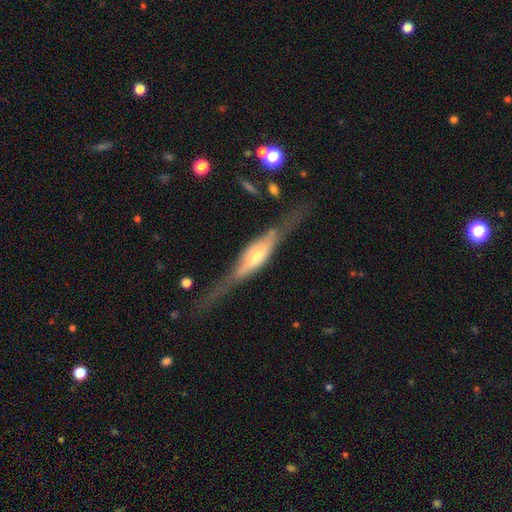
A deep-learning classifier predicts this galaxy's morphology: The model was most divided on "edge-on bulge": rounded: 69%, boxy: 24%, none: 6%. More confident: edge-on disk — yes (92%); smooth or featured — featured or disk (77%); merging — none (71%).